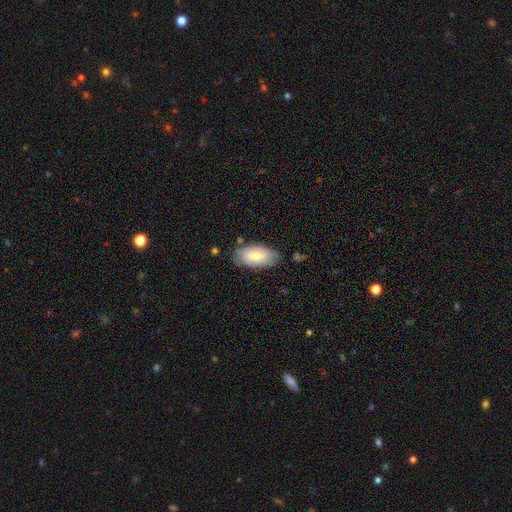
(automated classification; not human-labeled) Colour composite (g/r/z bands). It shows a smooth galaxy with no disk features (68%) that is in between round and cigar-shaped (94%). Merging: none (76%).